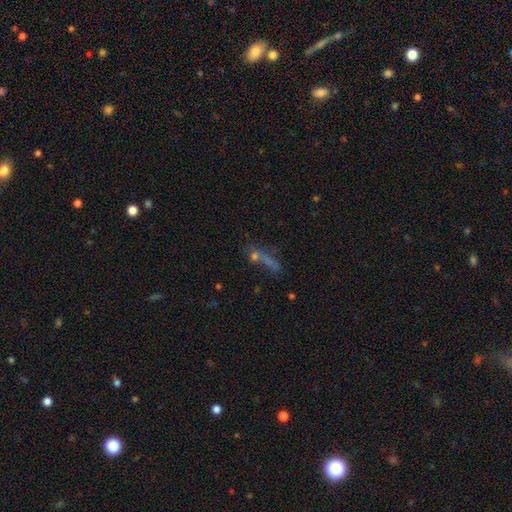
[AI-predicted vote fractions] Morphology: type=smooth (46%); merging=none (41%).